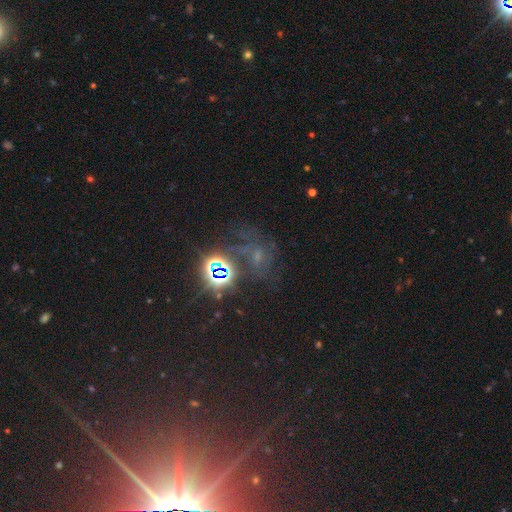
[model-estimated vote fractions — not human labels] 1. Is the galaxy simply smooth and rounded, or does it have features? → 51% star or artifact, 27% featured or disk, 22% smooth.